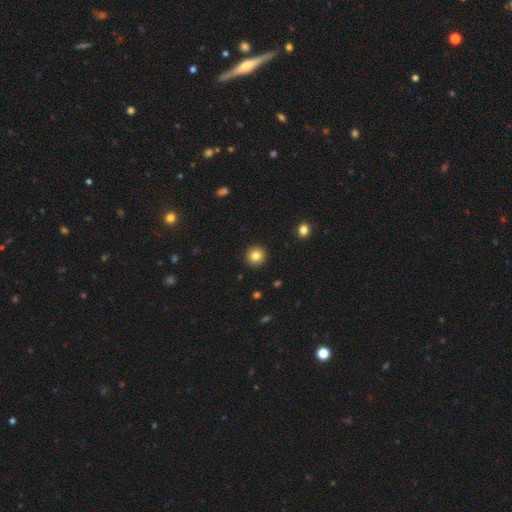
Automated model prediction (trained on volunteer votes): smooth 83%, star or artifact 10%, featured or disk 7%. Down the decision tree: how rounded — round (94%); merging — none (93%).